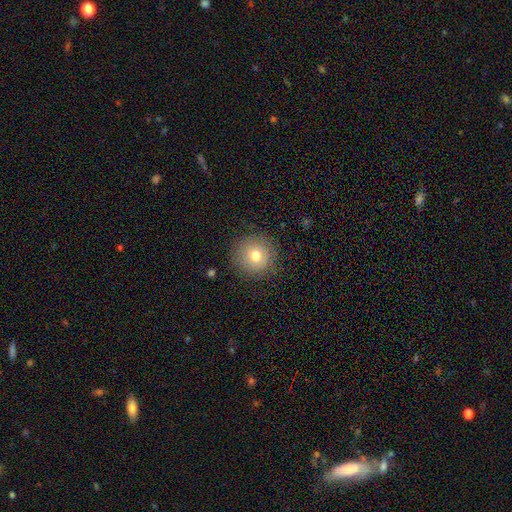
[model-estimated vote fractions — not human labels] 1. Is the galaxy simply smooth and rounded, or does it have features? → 74% smooth, 14% featured or disk, 12% star or artifact.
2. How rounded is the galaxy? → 94% round, 5% in between, 1% cigar-shaped.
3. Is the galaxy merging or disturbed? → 86% none, 9% minor disturbance, 3% major disturbance, 1% merger.